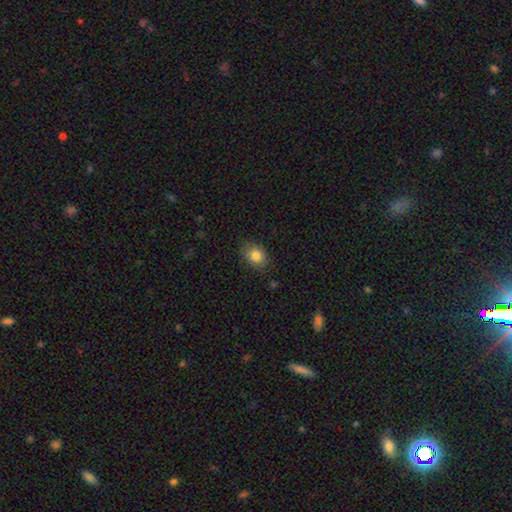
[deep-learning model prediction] smooth-or-featured: smooth: 83% | star or artifact: 9% | featured or disk: 8%
  how-rounded: in between: 59% | round: 40% | cigar-shaped: 1%
  merging: none: 83% | minor disturbance: 14% | major disturbance: 3% | merger: 1%